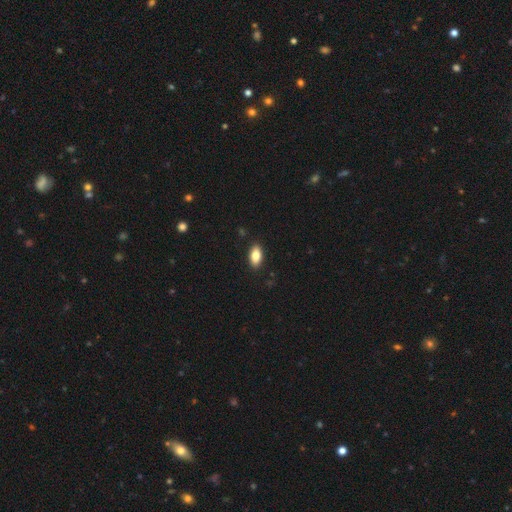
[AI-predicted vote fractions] smooth_or_featured: smooth (p=0.83) [alt: featured or disk p=0.10]
how_rounded: in between (p=0.90) [alt: cigar-shaped p=0.06]
merging: none (p=0.89) [alt: minor disturbance p=0.09]